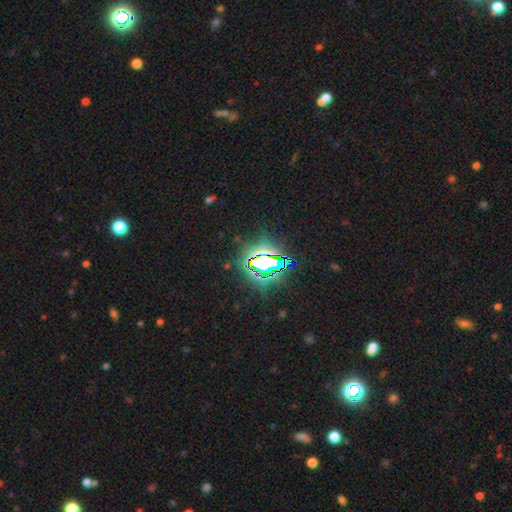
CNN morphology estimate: This is likely a star or artifact rather than a galaxy (79%).